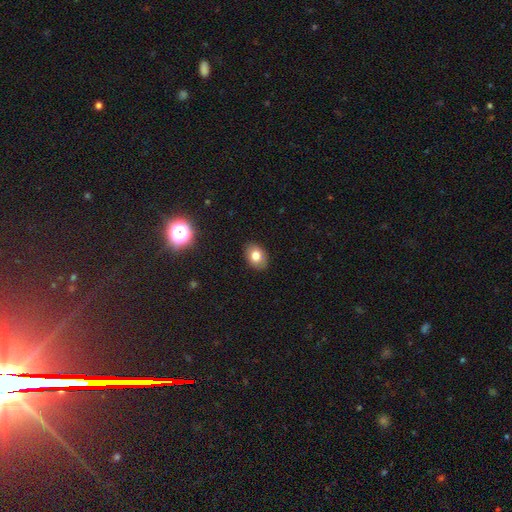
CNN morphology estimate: Smooth or featured: smooth — 78% (featured or disk — 11%)
How rounded: in between — 75% (round — 24%)
Merging: none — 87% (minor disturbance — 10%)